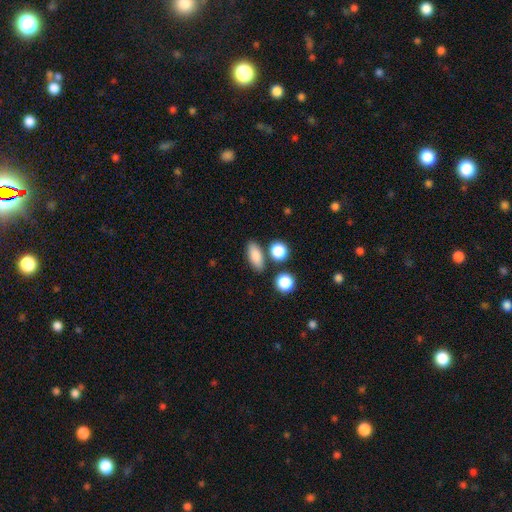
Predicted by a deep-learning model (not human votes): Smooth or featured?
  - smooth: 84% *
  - star or artifact: 8%
  - featured or disk: 8%
How rounded?
  - in between: 74% *
  - cigar-shaped: 16%
  - round: 10%
Merging?
  - none: 78% *
  - minor disturbance: 10%
  - merger: 9%
  - major disturbance: 3%